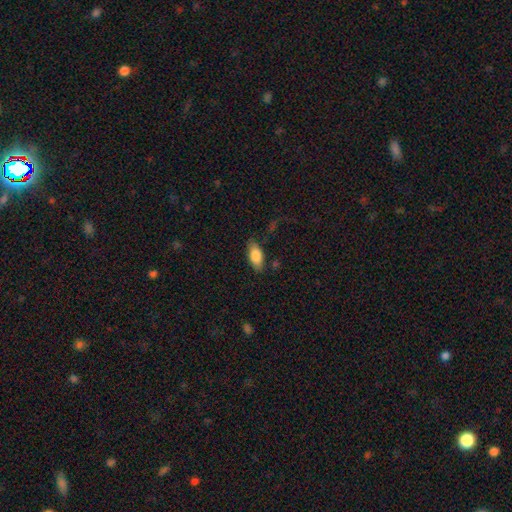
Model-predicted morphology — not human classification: smooth_or_featured: smooth (p=0.83) [alt: featured or disk p=0.10]
how_rounded: in between (p=0.89) [alt: cigar-shaped p=0.08]
merging: none (p=0.81) [alt: minor disturbance p=0.14]